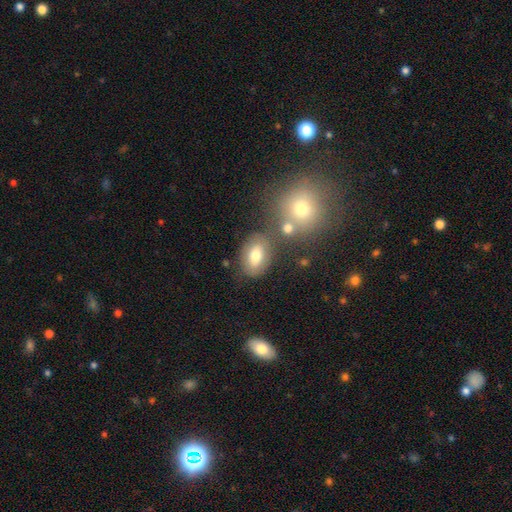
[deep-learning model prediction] Overall: smooth (70%). How rounded: in between (84%). Merging: none (67%).